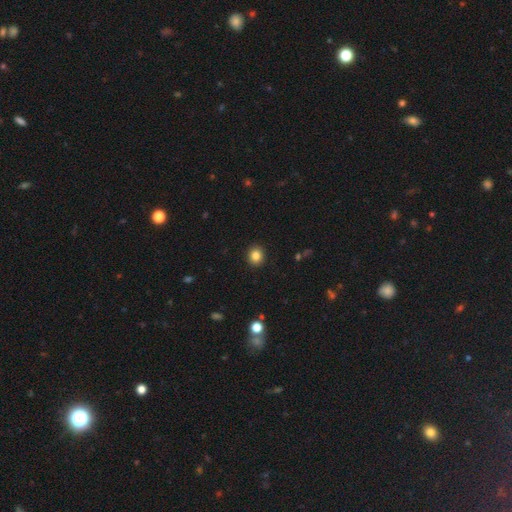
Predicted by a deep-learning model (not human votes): Smooth or featured? Predicted: smooth (p=0.84). How rounded? Predicted: round (p=0.81). Merging? Predicted: none (p=0.92).